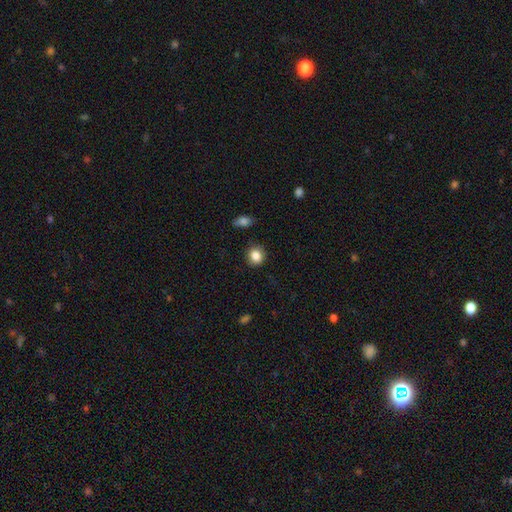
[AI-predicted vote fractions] Smooth or featured? smooth (85%)
How rounded? round (78%)
Merging? none (86%)